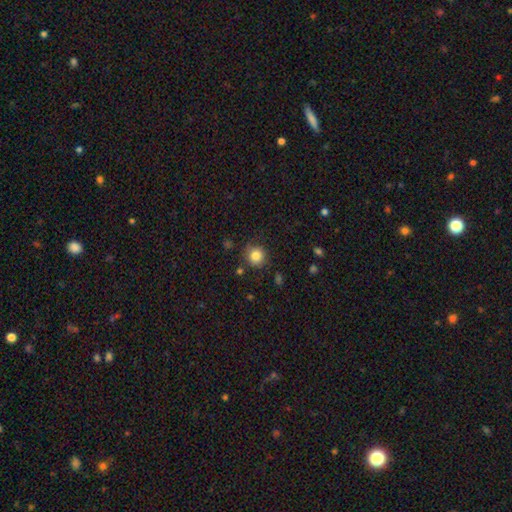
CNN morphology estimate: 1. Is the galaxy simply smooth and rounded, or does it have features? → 84% smooth, 11% star or artifact, 6% featured or disk.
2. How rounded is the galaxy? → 91% round, 8% in between, 1% cigar-shaped.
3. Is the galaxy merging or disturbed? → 81% none, 13% minor disturbance, 4% major disturbance, 3% merger.